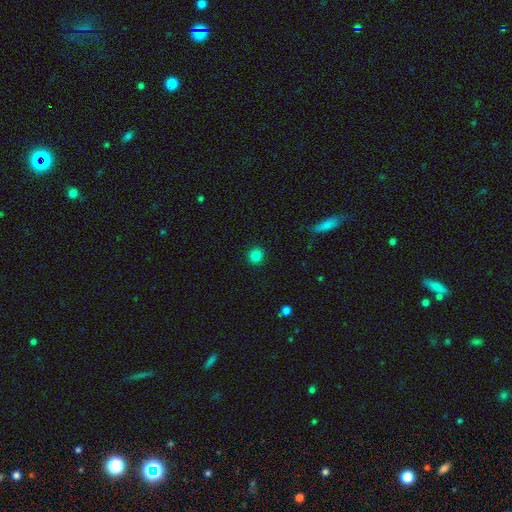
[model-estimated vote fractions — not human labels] Overall: smooth (85%). How rounded: round (88%). Merging: none (91%).